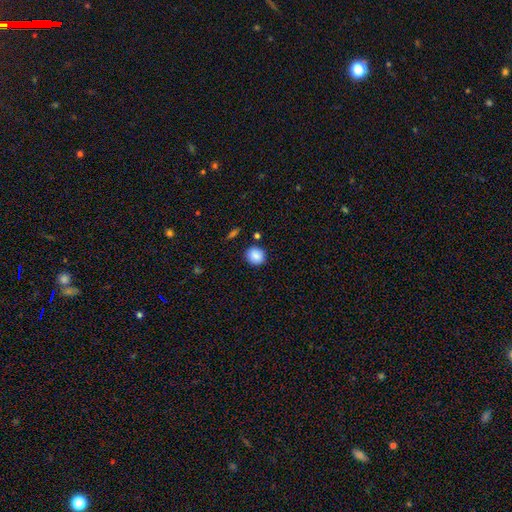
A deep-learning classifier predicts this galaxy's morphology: This appears to be a smooth galaxy with no disk features (88%) that is round (80%). Merging: none (86%).